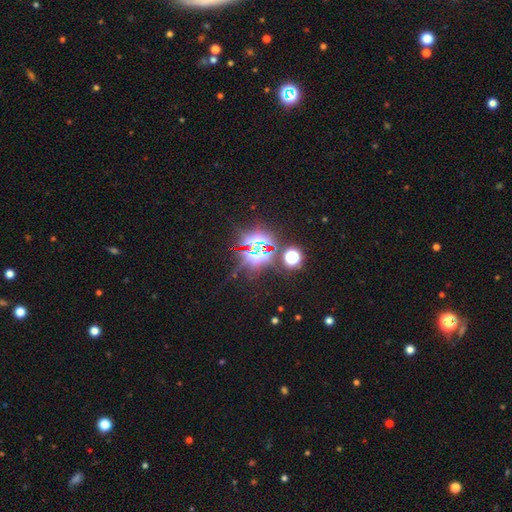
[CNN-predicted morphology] Smooth or featured: star or artifact — 83% (smooth — 10%)